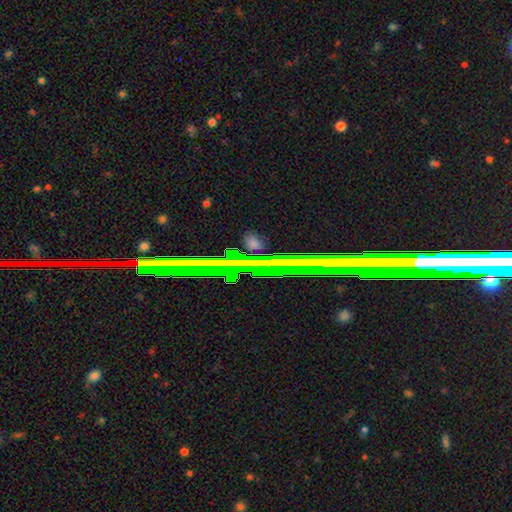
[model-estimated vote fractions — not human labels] Overall: star or artifact (61%; featured or disk 25%).